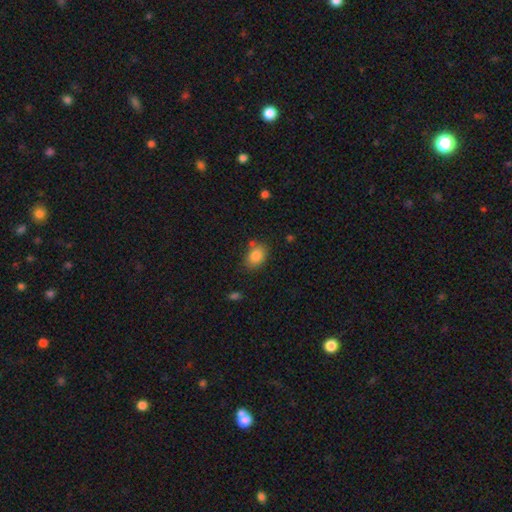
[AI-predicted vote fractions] Q: Smooth or featured?
A: smooth (86%); runner-up: star or artifact (9%)
Q: How rounded?
A: in between (71%); runner-up: round (28%)
Q: Merging?
A: none (73%); runner-up: minor disturbance (16%)